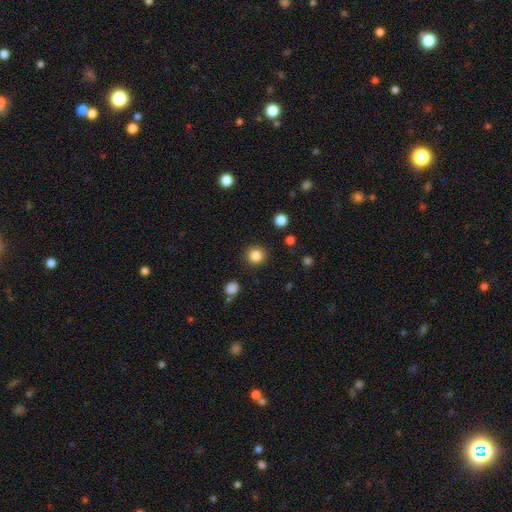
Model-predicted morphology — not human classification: smooth_or_featured: smooth (p=0.84) [alt: star or artifact p=0.11]
how_rounded: round (p=0.94) [alt: in between p=0.05]
merging: none (p=0.91) [alt: minor disturbance p=0.05]